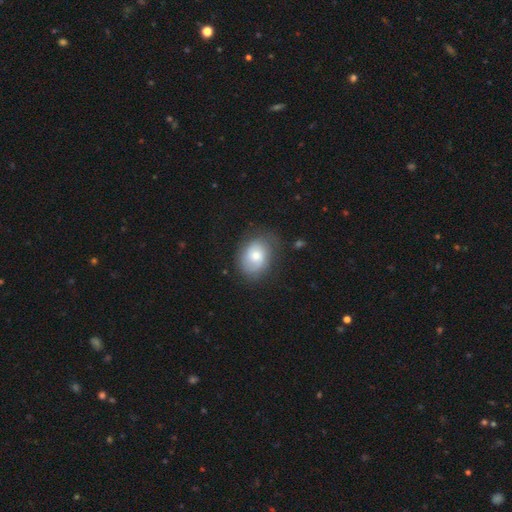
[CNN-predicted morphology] Smooth or featured?
  - featured or disk: 50% *
  - smooth: 42%
  - star or artifact: 8%
Edge-on disk?
  - no: 96% *
  - yes: 4%
Merging?
  - none: 71% *
  - minor disturbance: 20%
  - major disturbance: 8%
  - merger: 2%